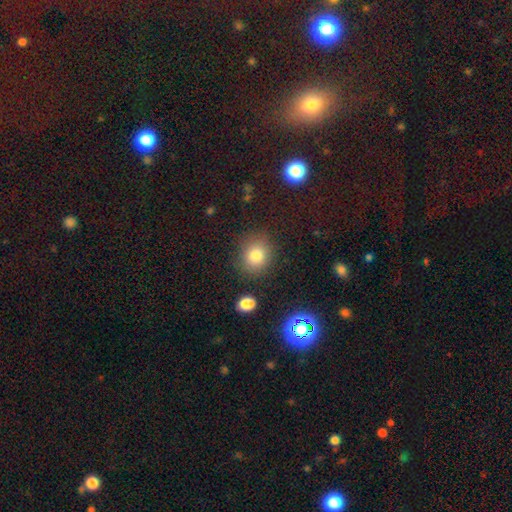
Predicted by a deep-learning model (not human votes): Morphology: type=smooth (81%); roundness=round (71%); merging=none (83%).